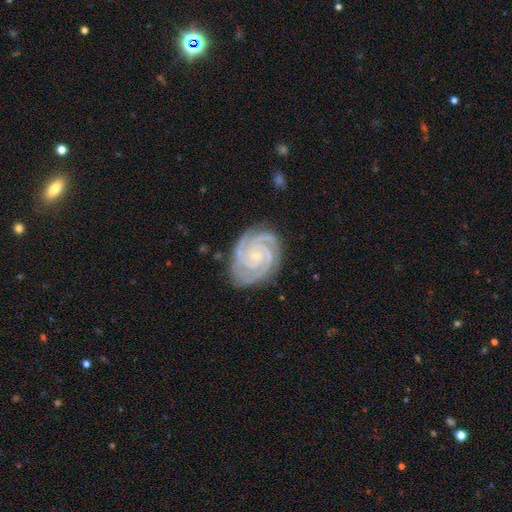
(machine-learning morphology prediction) Smooth or featured? Predicted: featured or disk (p=0.94). Edge-on disk? Predicted: no (p=0.98). Bar? Predicted: no (p=0.66). Spiral arms? Predicted: yes (p=0.99). Spiral winding? Predicted: tight (p=0.83). Spiral arm count? Predicted: 3 (p=0.46). Bulge size? Predicted: small (p=0.79). Merging? Predicted: none (p=0.83).